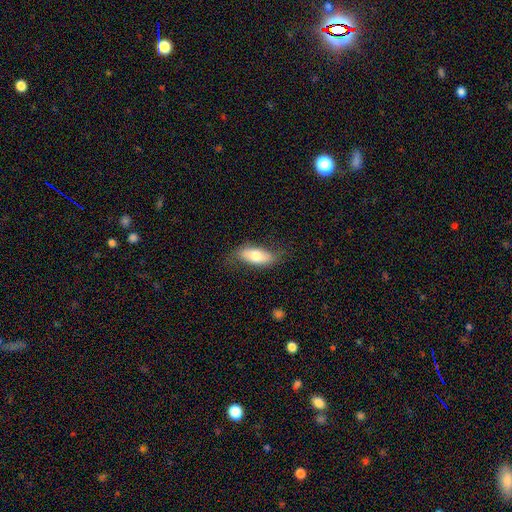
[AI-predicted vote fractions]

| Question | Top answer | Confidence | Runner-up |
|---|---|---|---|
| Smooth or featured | smooth | 66% | featured or disk (28%) |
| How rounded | in between | 82% | cigar-shaped (15%) |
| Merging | none | 72% | minor disturbance (20%) |